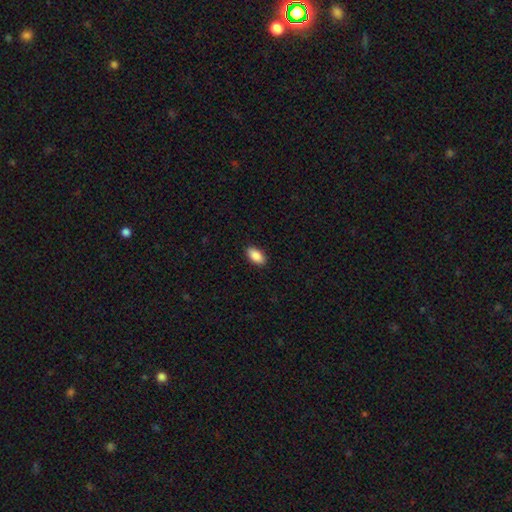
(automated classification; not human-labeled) smooth 90%, star or artifact 7%, featured or disk 4%. Down the decision tree: how rounded — in between (94%); merging — none (90%).